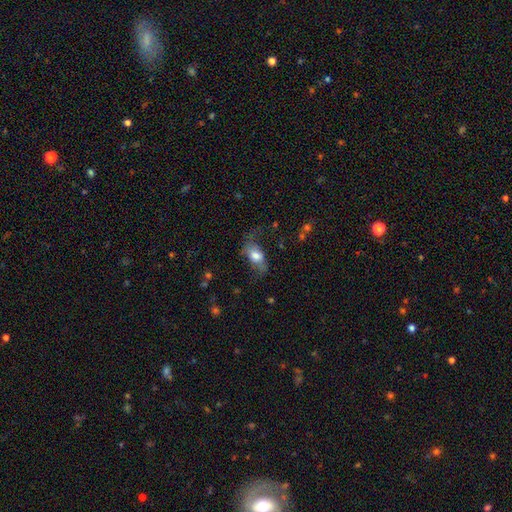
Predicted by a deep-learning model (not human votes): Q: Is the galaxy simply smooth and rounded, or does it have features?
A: smooth — 54%.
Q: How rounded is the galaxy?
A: in between — 85%.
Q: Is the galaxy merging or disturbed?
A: none — 49%.